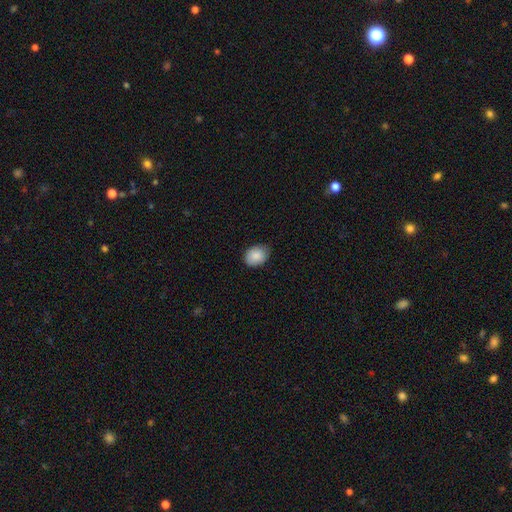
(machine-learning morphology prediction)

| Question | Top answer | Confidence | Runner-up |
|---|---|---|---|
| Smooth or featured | smooth | 87% | star or artifact (7%) |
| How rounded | in between | 65% | round (34%) |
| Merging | none | 76% | minor disturbance (20%) |